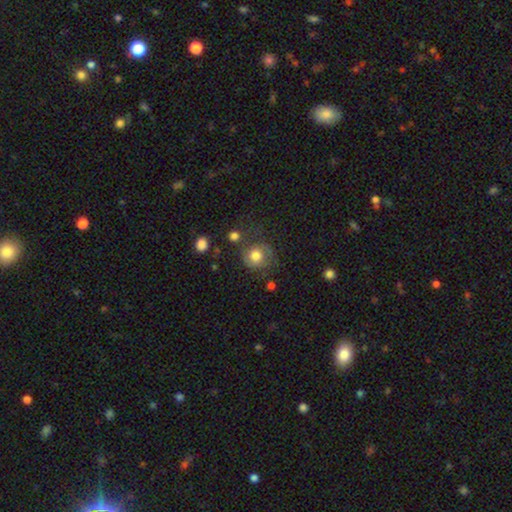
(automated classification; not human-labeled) Morphology: type=smooth (69%); roundness=round (86%); merging=none (61%).